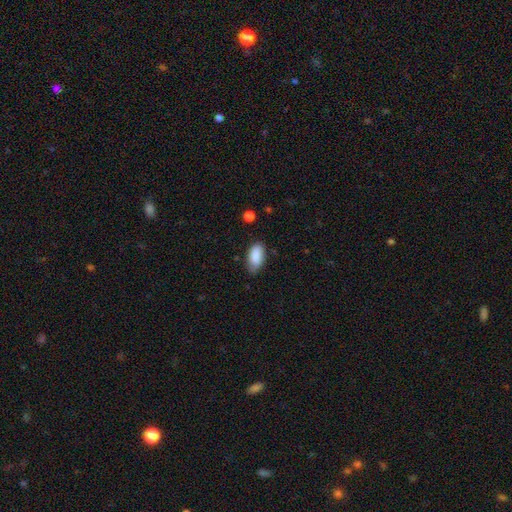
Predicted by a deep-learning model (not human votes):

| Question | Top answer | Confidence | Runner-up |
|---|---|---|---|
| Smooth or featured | smooth | 88% | star or artifact (7%) |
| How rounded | in between | 93% | cigar-shaped (4%) |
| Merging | none | 72% | minor disturbance (22%) |